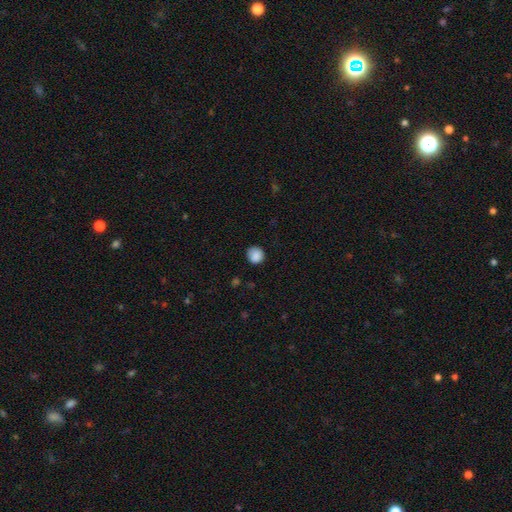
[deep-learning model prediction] Morphology: type=smooth (88%); roundness=round (90%); merging=none (82%).